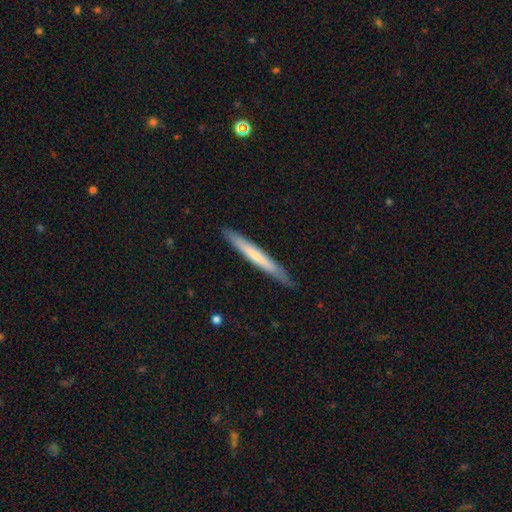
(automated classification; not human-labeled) This is possibly a smooth galaxy (55%). How rounded: clearly cigar-shaped (96%). Merging: clearly none (88%).